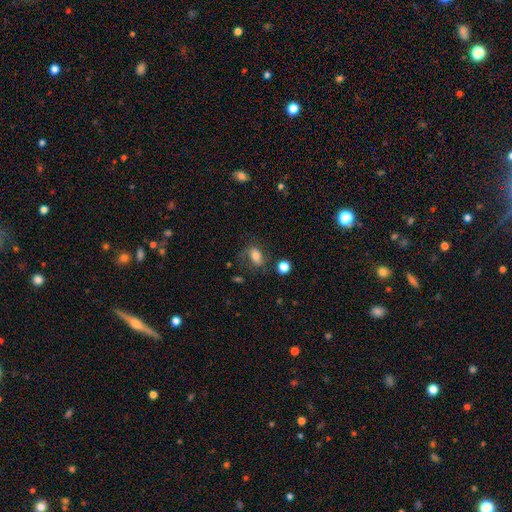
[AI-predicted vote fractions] Overall: smooth (62%; featured or disk 26%). How rounded: in between (76%). Merging: none (57%; minor disturbance 22%).